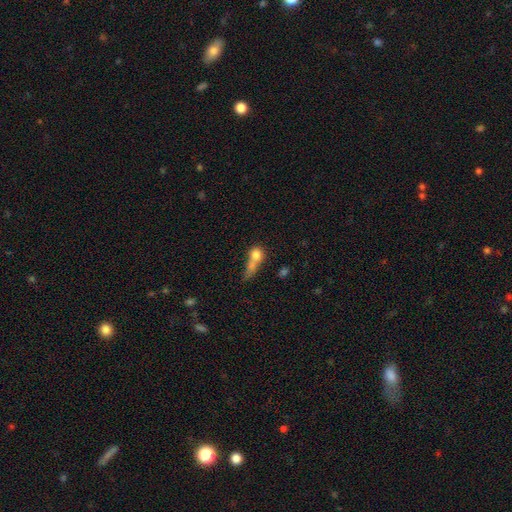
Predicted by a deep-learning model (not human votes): smooth-or-featured: smooth: 73% | featured or disk: 16% | star or artifact: 11%
  how-rounded: round: 57% | in between: 33% | cigar-shaped: 10%
  merging: merger: 51% | none: 22% | major disturbance: 15% | minor disturbance: 11%